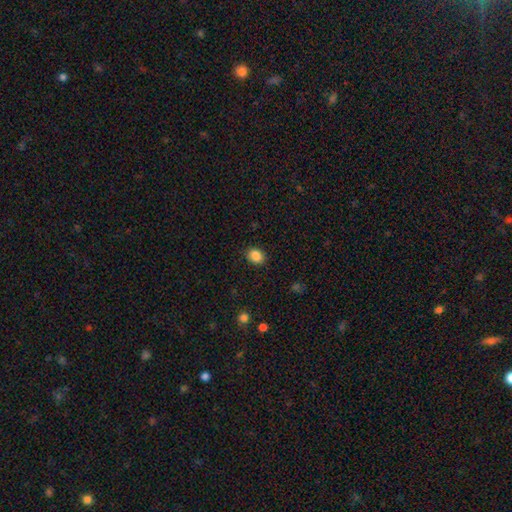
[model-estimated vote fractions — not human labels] Q: Smooth or featured?
A: smooth (87%); runner-up: star or artifact (10%)
Q: How rounded?
A: round (52%); runner-up: in between (47%)
Q: Merging?
A: none (89%); runner-up: minor disturbance (8%)